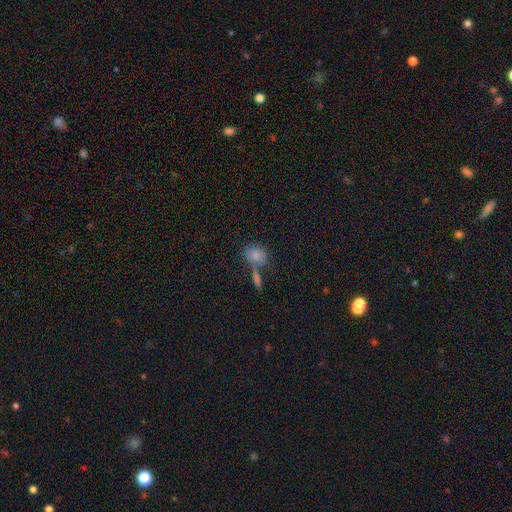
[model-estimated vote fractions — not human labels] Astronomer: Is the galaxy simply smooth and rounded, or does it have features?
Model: smooth — 79%.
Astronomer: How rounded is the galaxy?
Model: in between — 62%.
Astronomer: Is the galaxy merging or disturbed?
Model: none — 49% (runner-up: merger, 30%).